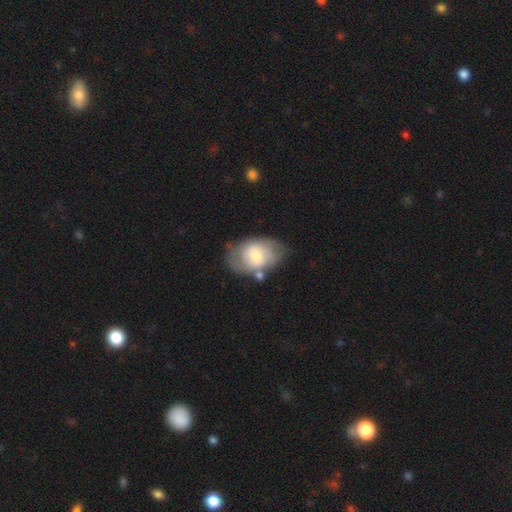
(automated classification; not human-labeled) featured or disk 49%, smooth 44%, star or artifact 6%. Down the decision tree: merging — none (57%).